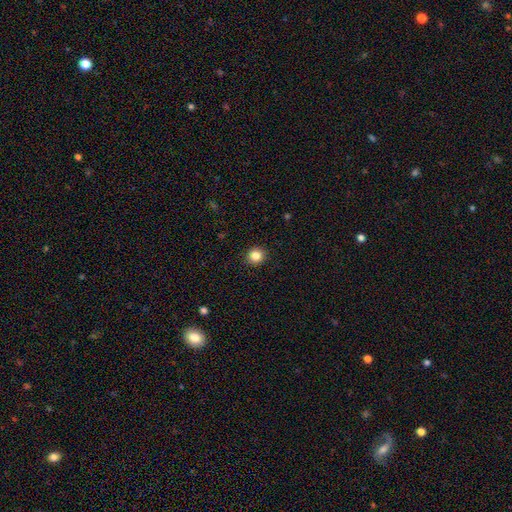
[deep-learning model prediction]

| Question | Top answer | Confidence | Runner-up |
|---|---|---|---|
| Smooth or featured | smooth | 84% | star or artifact (11%) |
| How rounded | round | 91% | in between (8%) |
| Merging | none | 92% | minor disturbance (5%) |